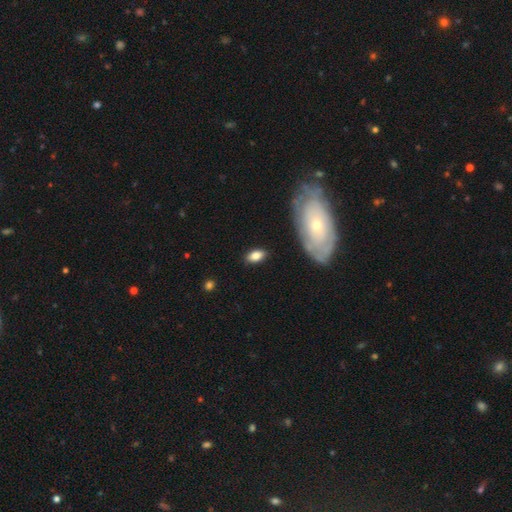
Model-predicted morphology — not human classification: Smooth or featured? smooth (80%)
How rounded? in between (90%)
Merging? none (83%)